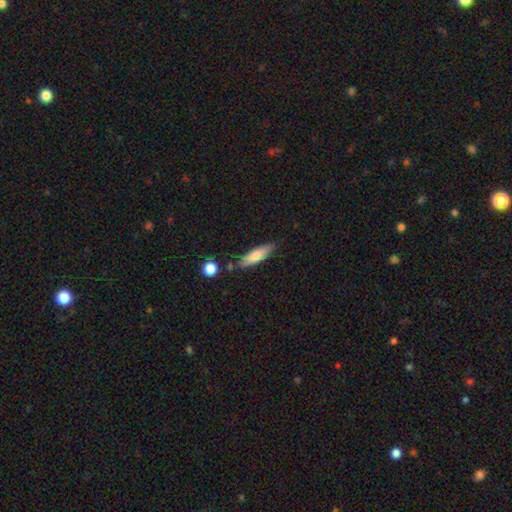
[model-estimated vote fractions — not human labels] Smooth or featured: smooth — 75% (featured or disk — 19%)
How rounded: cigar-shaped — 63% (in between — 35%)
Merging: none — 76% (minor disturbance — 15%)